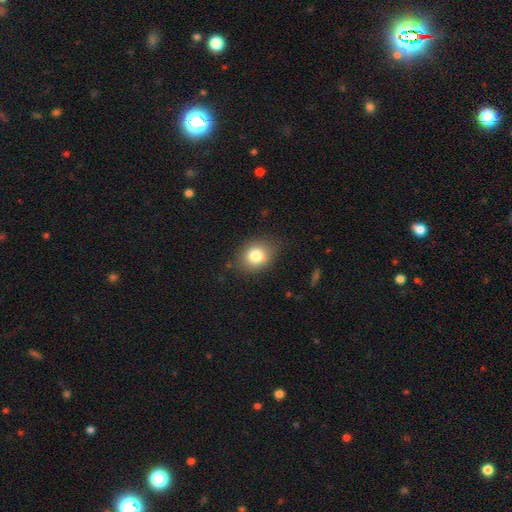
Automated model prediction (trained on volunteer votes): This is clearly a smooth galaxy (80%). How rounded: possibly round (58%). Merging: clearly none (81%).